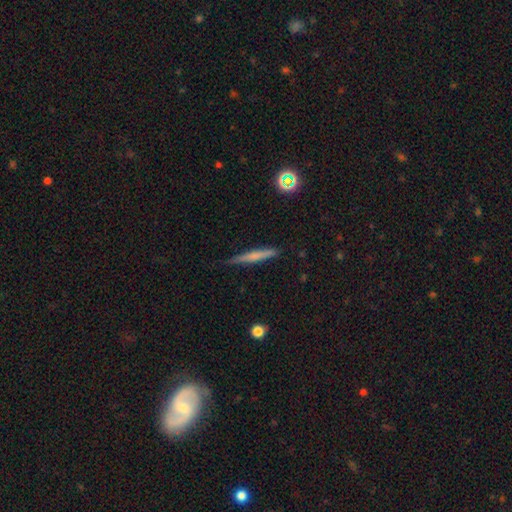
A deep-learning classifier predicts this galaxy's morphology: Smooth or featured: smooth — 53% (featured or disk — 39%)
How rounded: cigar-shaped — 94% (in between — 4%)
Merging: none — 85% (minor disturbance — 12%)